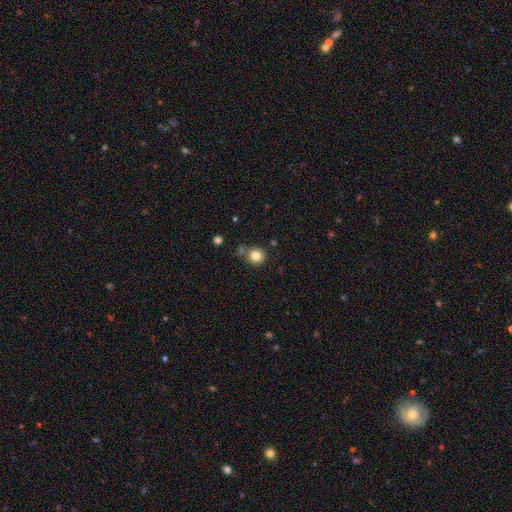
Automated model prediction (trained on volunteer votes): Q: Smooth or featured?
A: smooth (82%); runner-up: star or artifact (11%)
Q: How rounded?
A: round (89%); runner-up: in between (10%)
Q: Merging?
A: none (74%); runner-up: merger (11%)